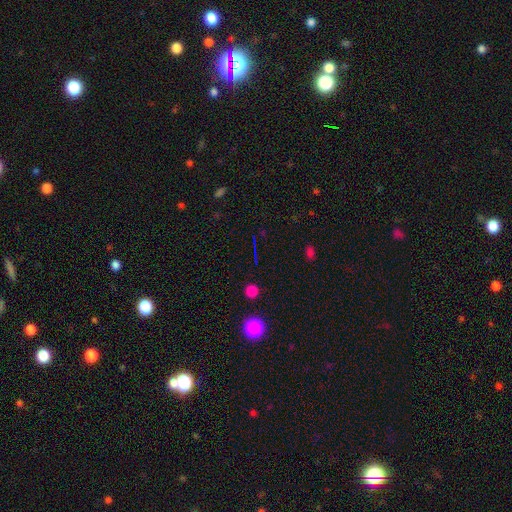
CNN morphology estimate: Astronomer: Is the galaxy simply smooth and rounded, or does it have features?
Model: star or artifact — 58%.